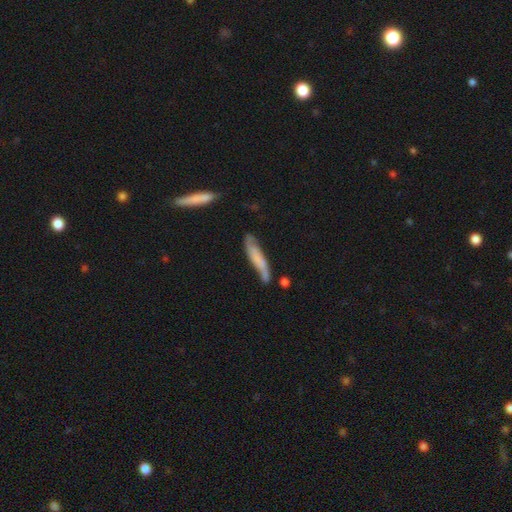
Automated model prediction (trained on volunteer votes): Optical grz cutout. It shows a smooth galaxy with no disk features (46%, tied with featured or disk). Merging: none (59%).